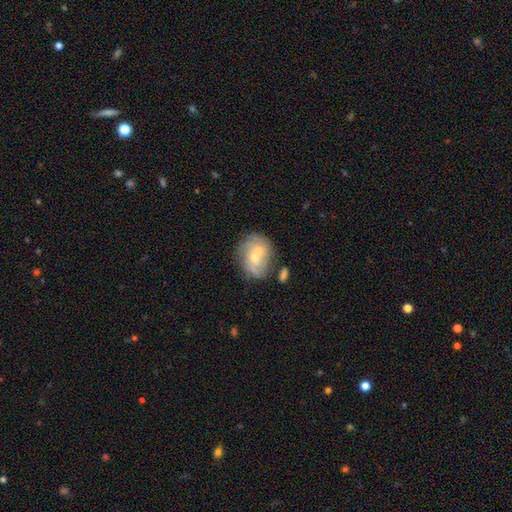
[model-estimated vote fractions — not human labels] Smooth or featured: featured or disk — 59% (smooth — 34%)
Edge-on disk: no — 97% (yes — 3%)
Bar: no — 74% (weak — 22%)
Spiral arms: yes — 71% (no — 29%)
Bulge size: small — 54% (moderate — 41%)
Merging: merger — 39% (none — 38%)